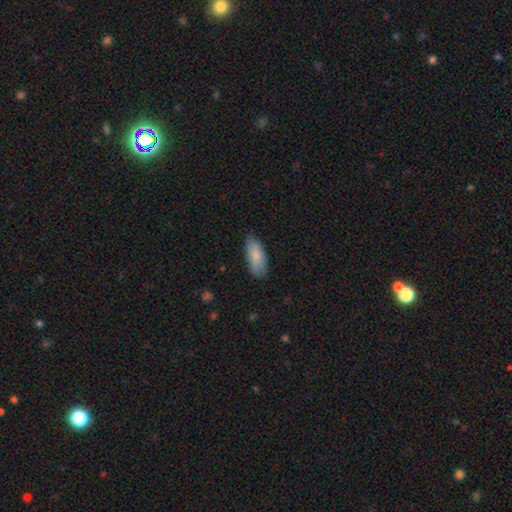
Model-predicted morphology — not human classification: smooth-or-featured: smooth: 83% | featured or disk: 11% | star or artifact: 6%
  how-rounded: in between: 84% | cigar-shaped: 14% | round: 2%
  merging: none: 77% | minor disturbance: 19% | major disturbance: 3% | merger: 1%